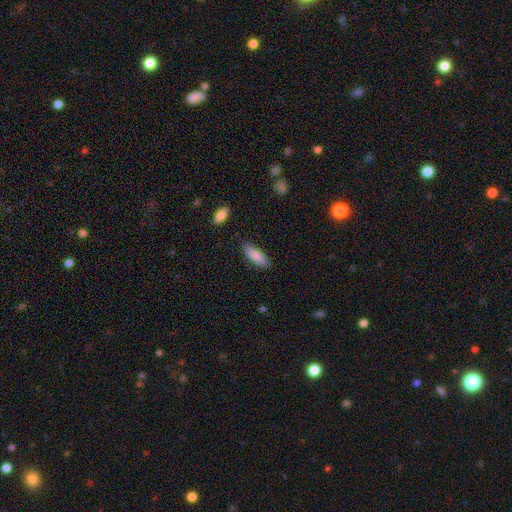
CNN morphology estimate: Smooth or featured?
  - smooth: 86% *
  - featured or disk: 8%
  - star or artifact: 6%
How rounded?
  - in between: 68% *
  - cigar-shaped: 31%
  - round: 2%
Merging?
  - none: 82% *
  - minor disturbance: 14%
  - major disturbance: 3%
  - merger: 2%